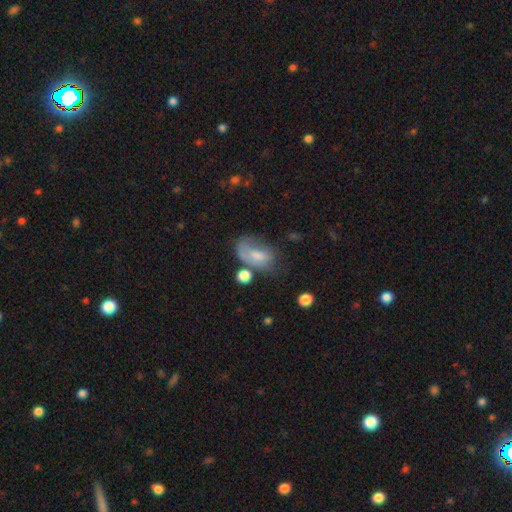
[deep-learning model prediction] Smooth or featured?
  - smooth: 58% *
  - featured or disk: 32%
  - star or artifact: 10%
How rounded?
  - in between: 86% *
  - round: 12%
  - cigar-shaped: 2%
Merging?
  - major disturbance: 33% *
  - none: 31%
  - minor disturbance: 25%
  - merger: 11%